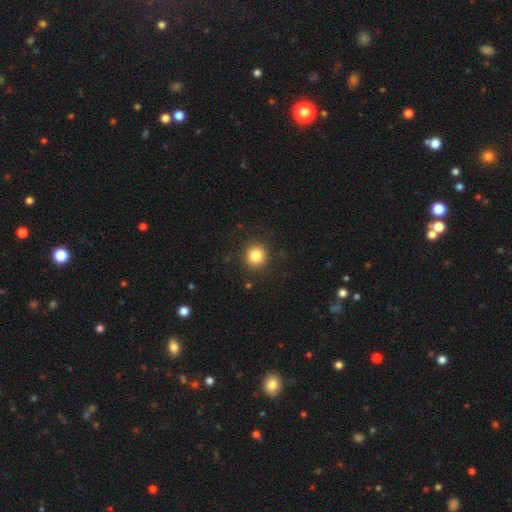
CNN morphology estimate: smooth_or_featured: smooth (p=0.83) [alt: star or artifact p=0.11]
how_rounded: round (p=0.93) [alt: in between p=0.06]
merging: none (p=0.91) [alt: minor disturbance p=0.06]